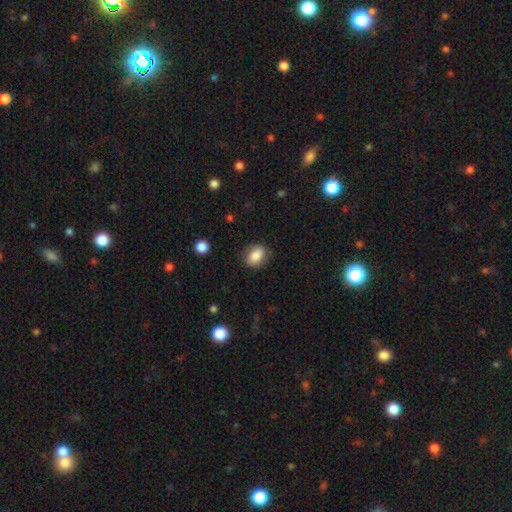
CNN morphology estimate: This is clearly a smooth galaxy (86%). How rounded: likely in between (70%). Merging: clearly none (81%).